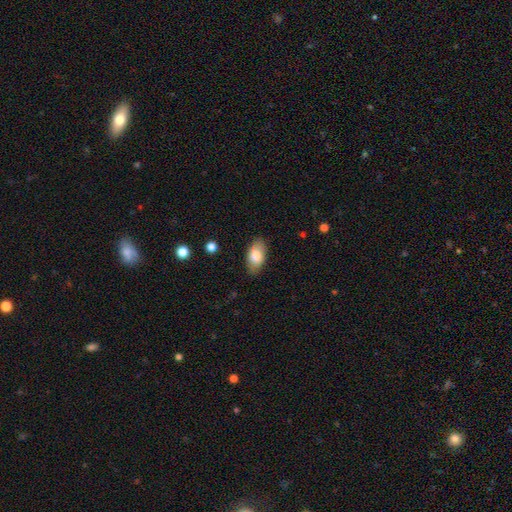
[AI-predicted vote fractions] A smooth galaxy with no disk features (79%) that is in between round and cigar-shaped (93%).

Vote fractions:
- Smooth or featured? smooth: 79% / featured or disk: 14% / star or artifact: 7%
- How rounded? in between: 93% / round: 4% / cigar-shaped: 3%
- Merging? none: 84% / minor disturbance: 12% / major disturbance: 3% / merger: 1%